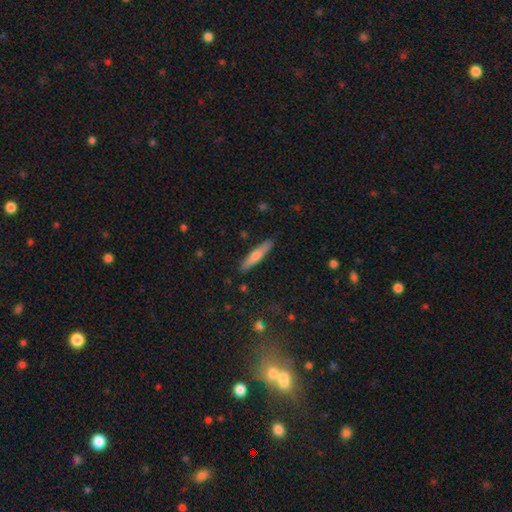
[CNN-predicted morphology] The model was most divided on "smooth or featured": smooth: 57%, featured or disk: 37%, star or artifact: 6%. More confident: merging — none (90%); how rounded — cigar-shaped (90%).